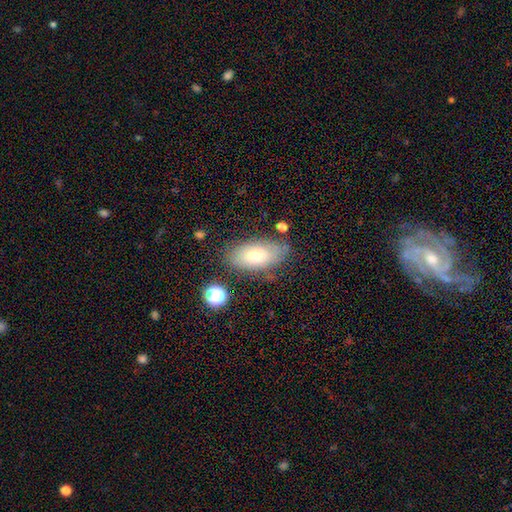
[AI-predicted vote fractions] This appears to be a smooth galaxy with no disk features (69%) that is in between round and cigar-shaped (91%). Merging: none (73%).